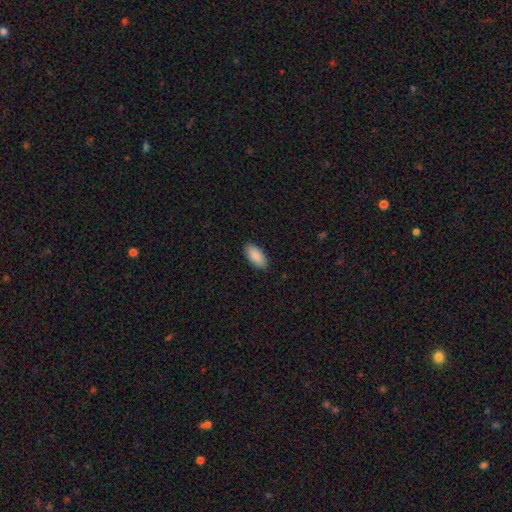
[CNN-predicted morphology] This appears to be a smooth galaxy with no disk features (90%) that is in between round and cigar-shaped (93%). Merging: none (89%).